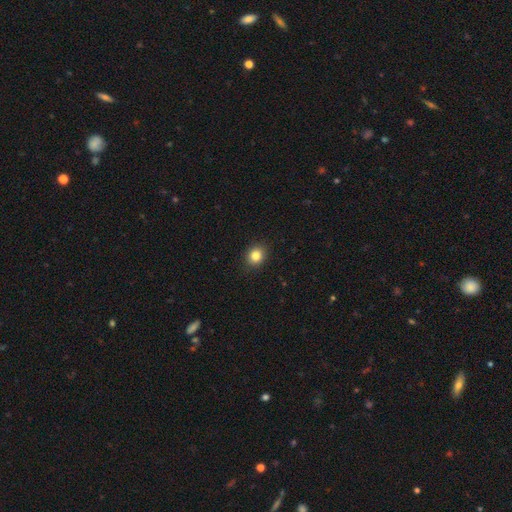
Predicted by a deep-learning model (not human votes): The model was most divided on "how rounded": round: 68%, in between: 31%, cigar-shaped: 1%. More confident: merging — none (90%); smooth or featured — smooth (84%).